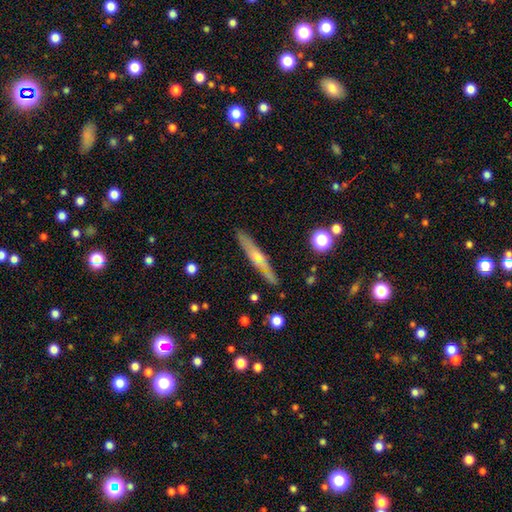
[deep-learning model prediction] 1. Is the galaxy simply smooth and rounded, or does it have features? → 63% featured or disk, 30% smooth, 7% star or artifact.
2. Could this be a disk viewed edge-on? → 90% yes, 10% no.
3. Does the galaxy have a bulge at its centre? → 80% rounded, 16% none, 3% boxy.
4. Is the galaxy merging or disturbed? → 86% none, 10% minor disturbance, 2% major disturbance, 2% merger.